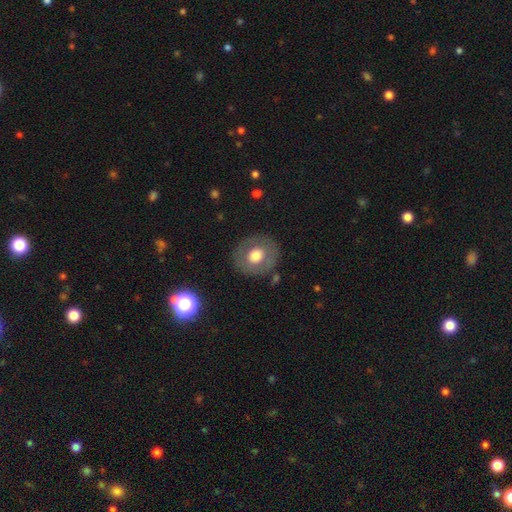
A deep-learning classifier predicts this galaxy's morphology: The model was most divided on "smooth or featured": smooth: 62%, featured or disk: 30%, star or artifact: 8%. More confident: merging — none (84%); how rounded — round (80%).